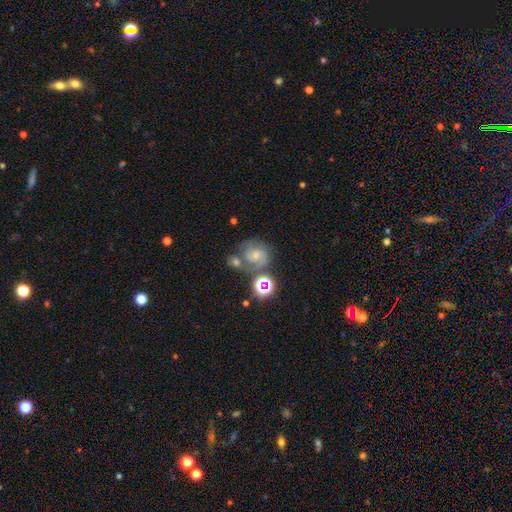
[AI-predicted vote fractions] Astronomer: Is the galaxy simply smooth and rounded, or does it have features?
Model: featured or disk — 61%.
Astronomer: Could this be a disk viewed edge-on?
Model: no — 98%.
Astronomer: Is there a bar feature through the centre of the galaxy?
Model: no — 60%.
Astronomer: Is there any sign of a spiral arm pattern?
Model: yes — 92%.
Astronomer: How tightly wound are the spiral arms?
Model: medium — 47% (runner-up: tight, 40%).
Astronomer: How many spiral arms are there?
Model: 2 — 67%.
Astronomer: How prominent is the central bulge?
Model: small — 53% (runner-up: moderate, 31%).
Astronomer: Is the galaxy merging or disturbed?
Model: none — 45% (runner-up: merger, 26%).